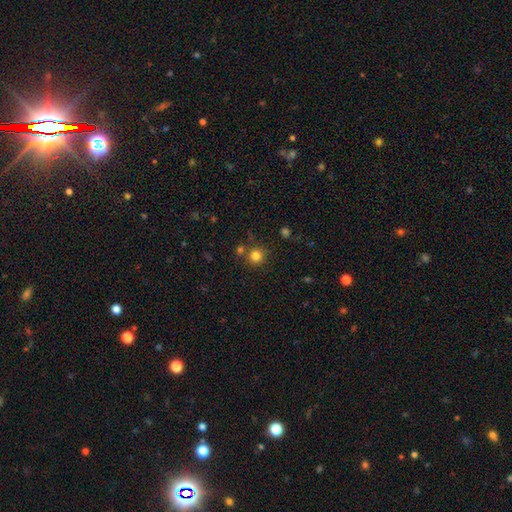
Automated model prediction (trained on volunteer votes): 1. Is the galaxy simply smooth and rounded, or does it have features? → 81% smooth, 13% star or artifact, 5% featured or disk.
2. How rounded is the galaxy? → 93% round, 6% in between, 1% cigar-shaped.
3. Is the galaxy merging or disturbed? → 78% none, 10% merger, 9% minor disturbance, 3% major disturbance.